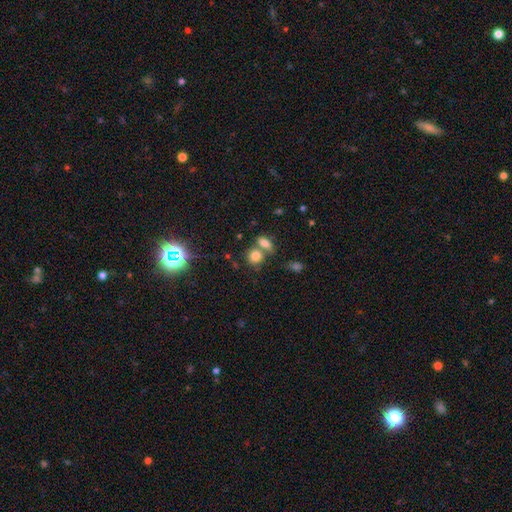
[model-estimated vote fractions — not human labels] smooth 78%, star or artifact 13%, featured or disk 9%. Down the decision tree: how rounded — round (67%); merging — none (50%).